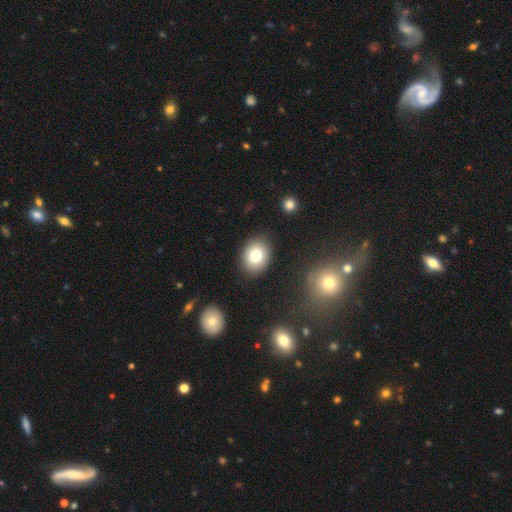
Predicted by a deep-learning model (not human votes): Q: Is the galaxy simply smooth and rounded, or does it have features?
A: smooth — 79%.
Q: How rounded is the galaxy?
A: in between — 50%.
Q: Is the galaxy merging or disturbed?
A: none — 87%.